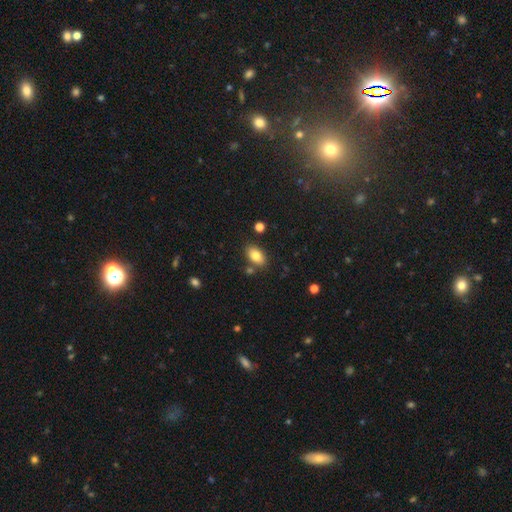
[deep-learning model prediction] Morphology: type=smooth (81%); roundness=in between (91%); merging=none (79%).